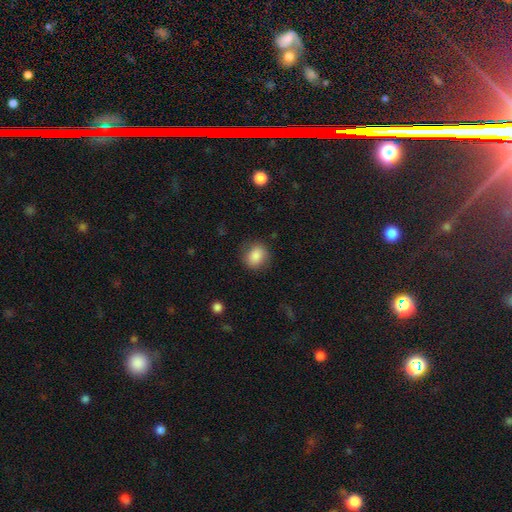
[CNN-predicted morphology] Smooth or featured? smooth (84%)
How rounded? round (66%)
Merging? none (78%)